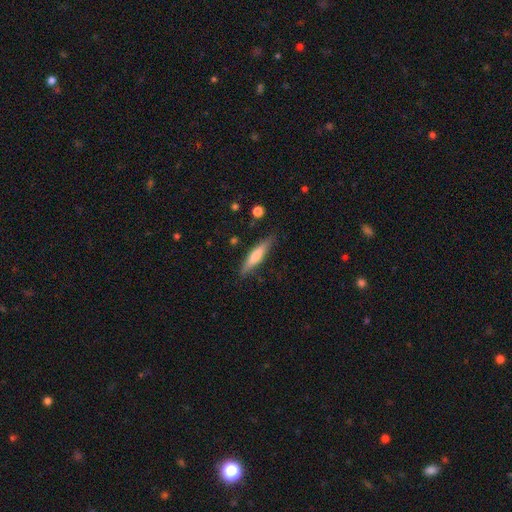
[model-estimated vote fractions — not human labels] smooth-or-featured: smooth: 59% | featured or disk: 36% | star or artifact: 6%
  how-rounded: cigar-shaped: 86% | in between: 12% | round: 1%
  merging: none: 85% | minor disturbance: 11% | major disturbance: 2% | merger: 2%